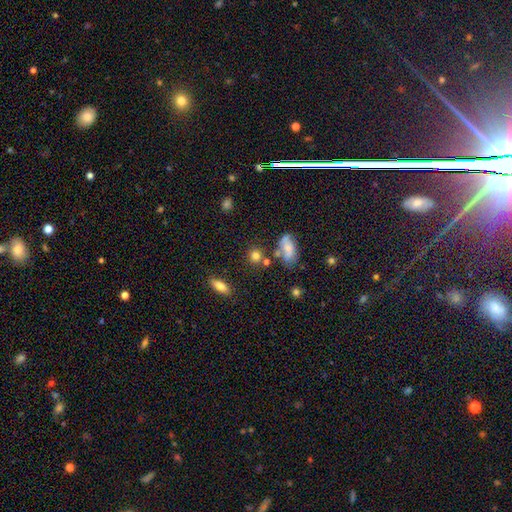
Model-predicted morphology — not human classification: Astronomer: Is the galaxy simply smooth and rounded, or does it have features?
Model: smooth — 78%.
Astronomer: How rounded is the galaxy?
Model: round — 81%.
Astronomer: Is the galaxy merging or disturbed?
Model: none — 67%.